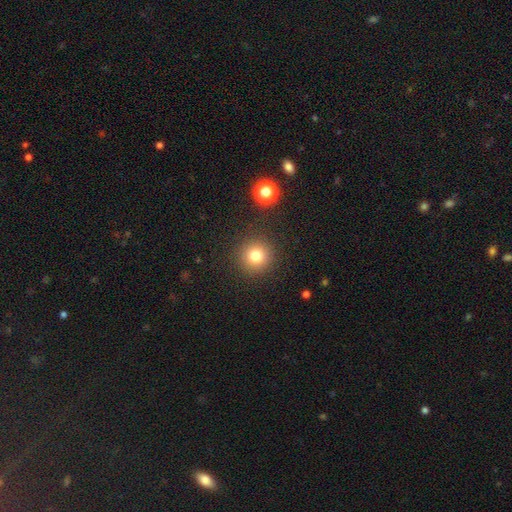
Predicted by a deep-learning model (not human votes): Smooth or featured: smooth — 79% (star or artifact — 13%)
How rounded: round — 95% (in between — 4%)
Merging: none — 90% (minor disturbance — 6%)